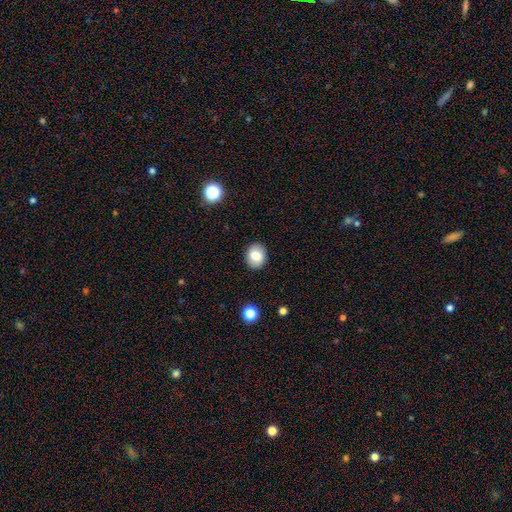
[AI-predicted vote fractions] Morphology: type=smooth (81%); roundness=round (64%); merging=none (90%).